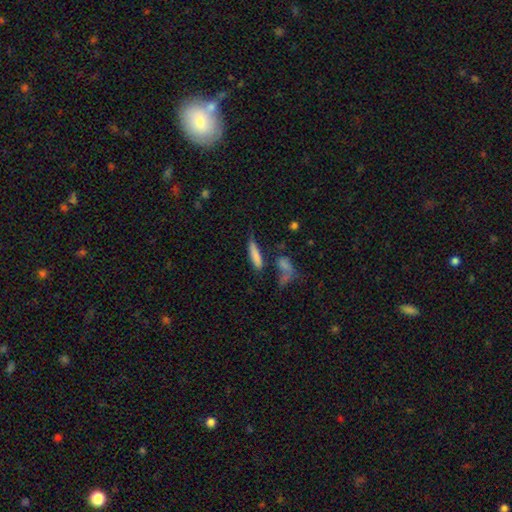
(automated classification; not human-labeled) Smooth or featured? smooth (75%)
How rounded? cigar-shaped (81%)
Merging? none (56%)